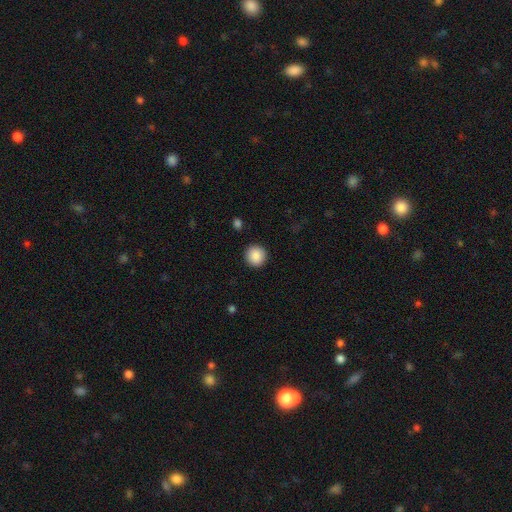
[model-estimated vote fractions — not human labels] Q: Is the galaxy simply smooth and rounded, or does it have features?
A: smooth — 88%.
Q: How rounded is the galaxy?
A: round — 93%.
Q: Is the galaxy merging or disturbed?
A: none — 92%.